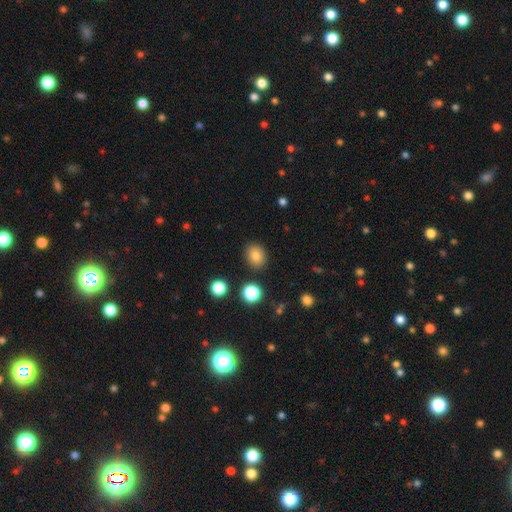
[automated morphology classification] A smooth galaxy with no disk features (84%) that is in between round and cigar-shaped (53%). Merging: none (86%).